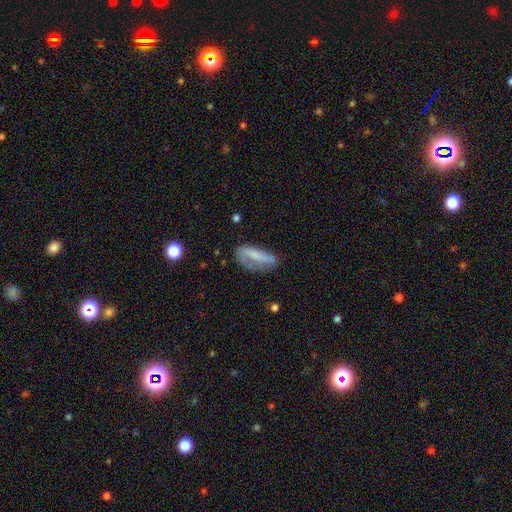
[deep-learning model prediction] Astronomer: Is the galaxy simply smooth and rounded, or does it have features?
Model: smooth — 56% (runner-up: featured or disk, 35%).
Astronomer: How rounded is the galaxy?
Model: in between — 57% (runner-up: cigar-shaped, 40%).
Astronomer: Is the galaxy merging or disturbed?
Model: none — 43% (runner-up: minor disturbance, 30%).